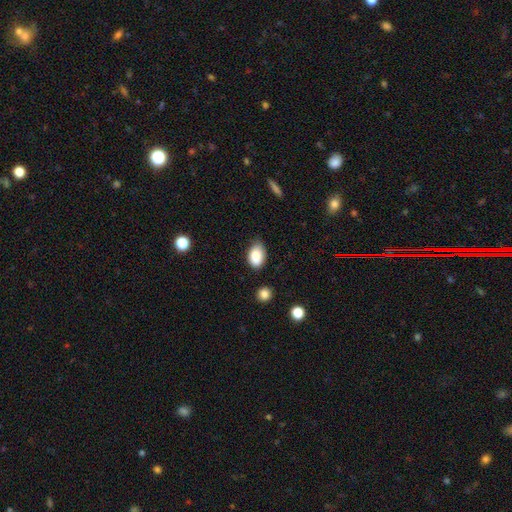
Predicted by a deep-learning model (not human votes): smooth 87%, star or artifact 8%, featured or disk 5%. Down the decision tree: how rounded — in between (88%); merging — none (63%).